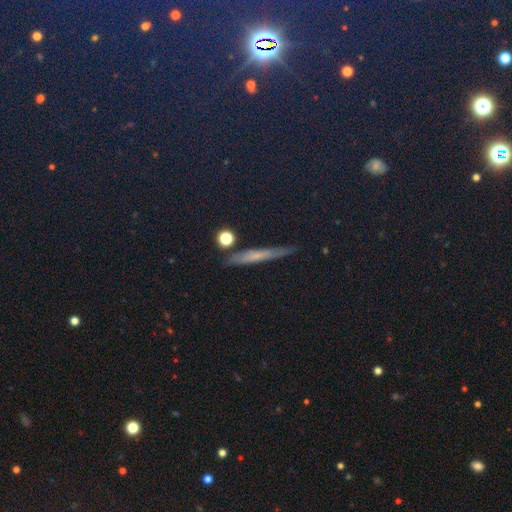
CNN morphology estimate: smooth-or-featured: smooth: 47% | featured or disk: 28% | star or artifact: 25%
  merging: none: 82% | minor disturbance: 12% | major disturbance: 3% | merger: 3%